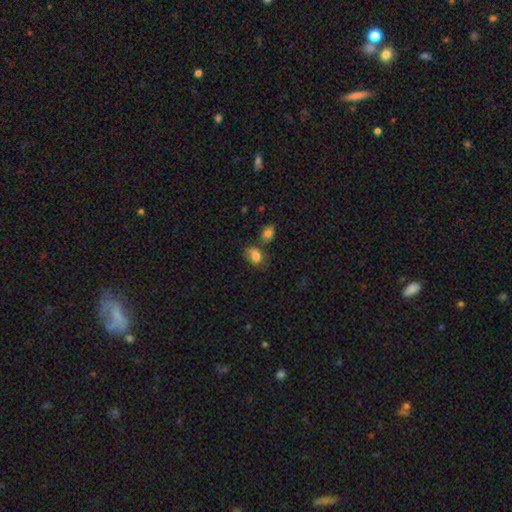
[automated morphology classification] Smooth or featured? smooth (76%)
How rounded? in between (74%)
Merging? none (50%)